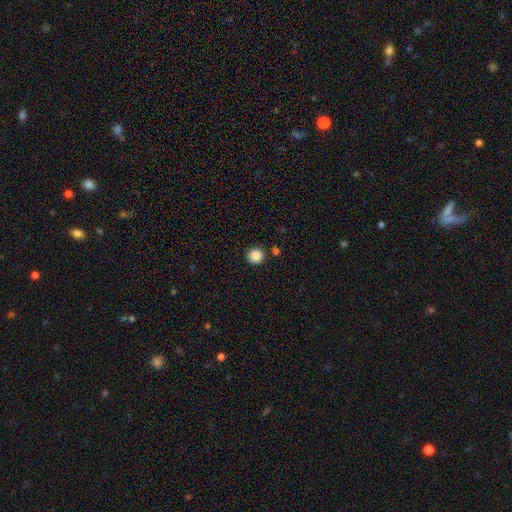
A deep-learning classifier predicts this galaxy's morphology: Smooth or featured: smooth — 87% (star or artifact — 10%)
How rounded: round — 95% (in between — 4%)
Merging: none — 89% (minor disturbance — 6%)